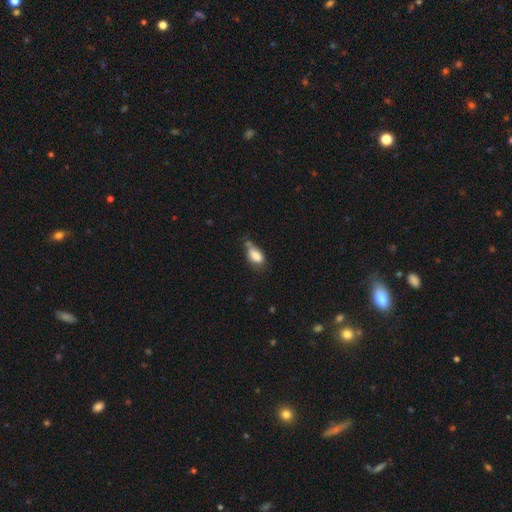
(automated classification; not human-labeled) The model was most divided on "merging": none: 40%, minor disturbance: 38%, major disturbance: 12%, merger: 10%. More confident: how rounded — in between (89%); smooth or featured — smooth (81%).